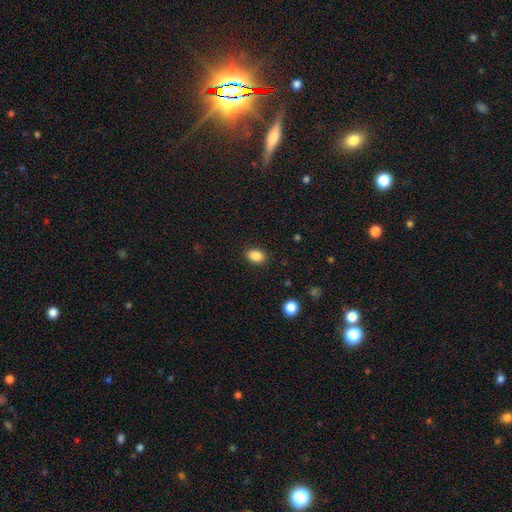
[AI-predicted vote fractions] A smooth galaxy with no disk features (88%) that is in between round and cigar-shaped (80%). Merging: none (88%).